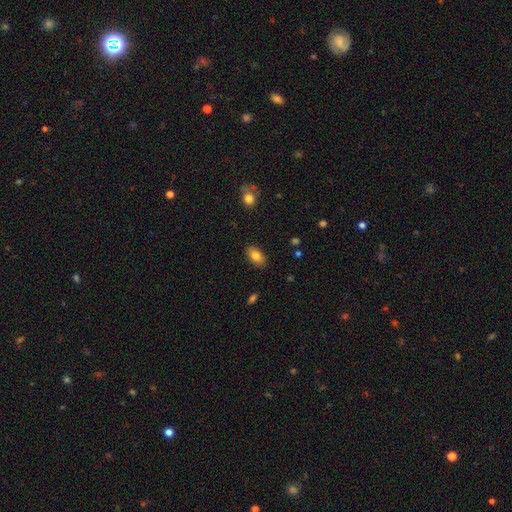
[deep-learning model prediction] smooth 82%, featured or disk 10%, star or artifact 8%. Down the decision tree: how rounded — in between (91%); merging — none (87%).